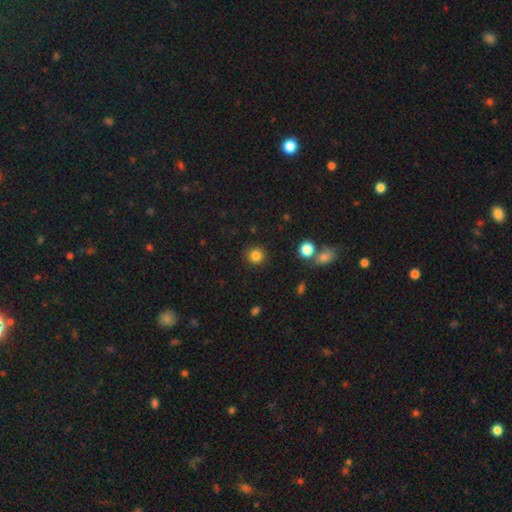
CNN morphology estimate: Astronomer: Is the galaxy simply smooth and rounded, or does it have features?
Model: smooth — 84%.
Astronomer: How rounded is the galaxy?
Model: round — 93%.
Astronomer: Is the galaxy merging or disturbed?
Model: none — 90%.